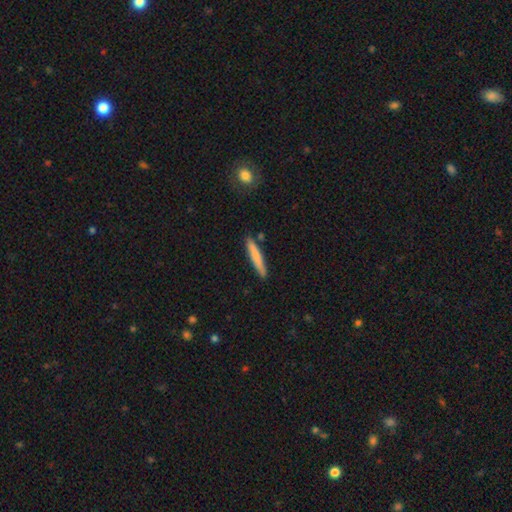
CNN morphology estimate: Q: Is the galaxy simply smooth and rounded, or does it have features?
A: smooth — 73%.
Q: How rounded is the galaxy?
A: cigar-shaped — 94%.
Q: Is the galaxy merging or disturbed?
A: none — 86%.